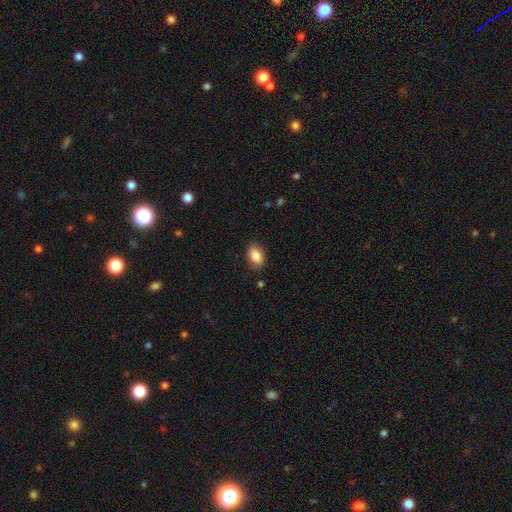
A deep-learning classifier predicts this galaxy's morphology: smooth 87%, star or artifact 7%, featured or disk 6%. Down the decision tree: how rounded — in between (87%); merging — none (84%).